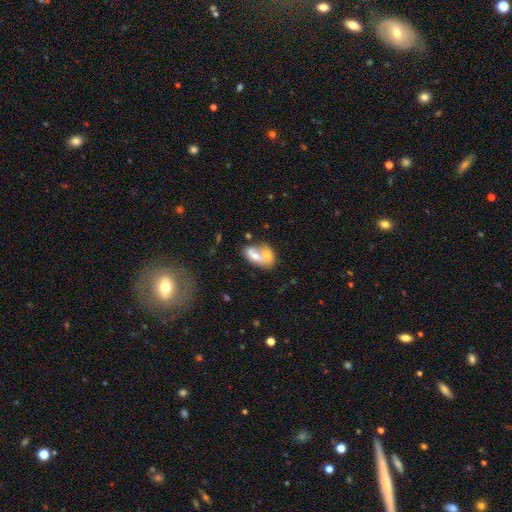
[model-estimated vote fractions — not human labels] smooth_or_featured: smooth (p=0.58) [alt: featured or disk p=0.34]
how_rounded: in between (p=0.82) [alt: round p=0.12]
merging: merger (p=0.66) [alt: none p=0.19]